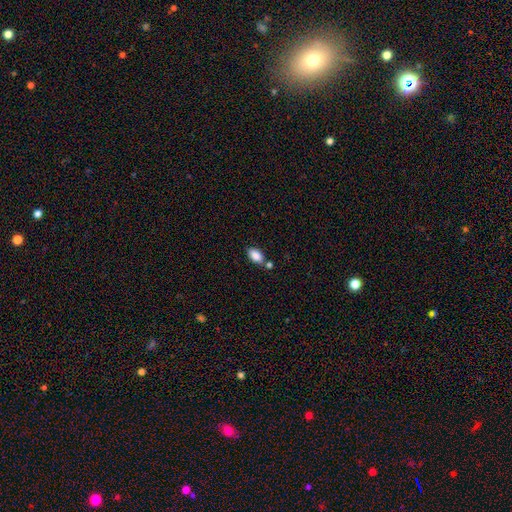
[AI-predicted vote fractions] This is clearly a smooth galaxy (87%). How rounded: clearly in between (92%). Merging: likely none (67%).